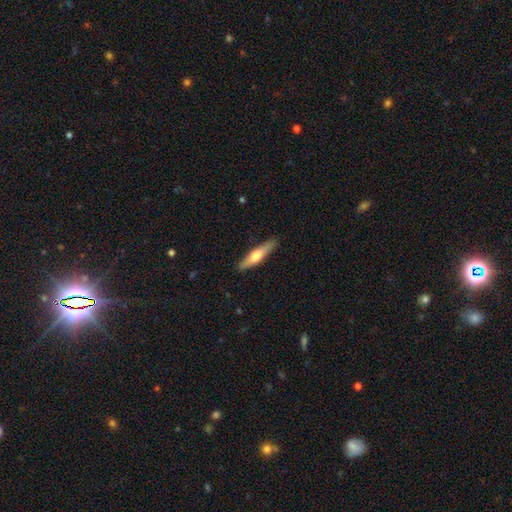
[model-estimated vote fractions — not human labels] Overall: featured or disk (50%; smooth 45%). Merging: none (89%).